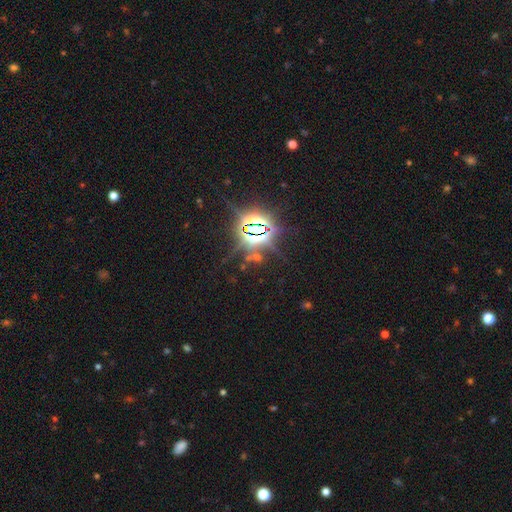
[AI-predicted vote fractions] The model was most divided on "smooth or featured": star or artifact: 85%, featured or disk: 8%, smooth: 6%.